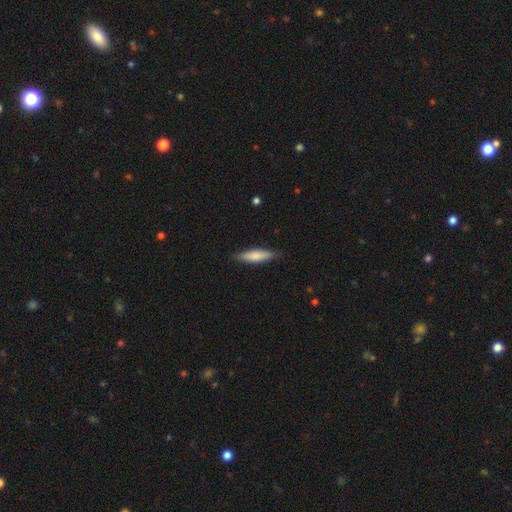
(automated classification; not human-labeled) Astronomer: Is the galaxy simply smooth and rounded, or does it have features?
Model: smooth — 73%.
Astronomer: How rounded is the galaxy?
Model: cigar-shaped — 71%.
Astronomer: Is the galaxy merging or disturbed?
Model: none — 86%.